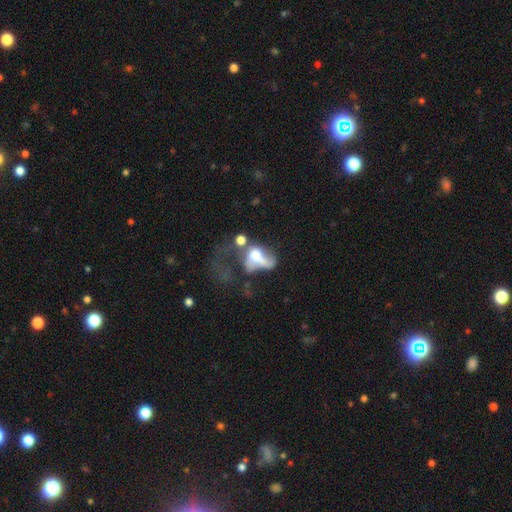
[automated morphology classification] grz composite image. It shows a smooth galaxy with no disk features (47%). Merging: merger (44%).